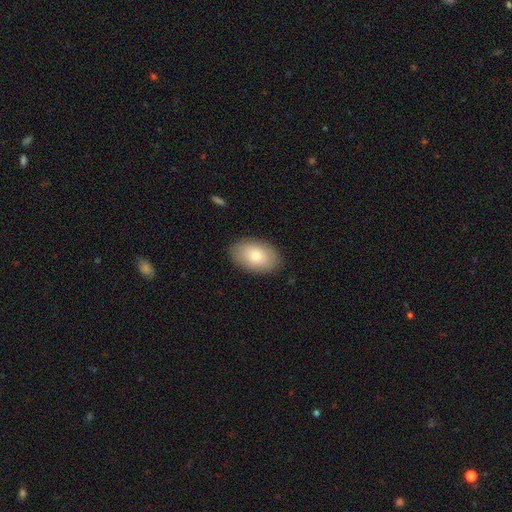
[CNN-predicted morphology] smooth 79%, featured or disk 15%, star or artifact 6%. Down the decision tree: how rounded — in between (91%); merging — none (87%).